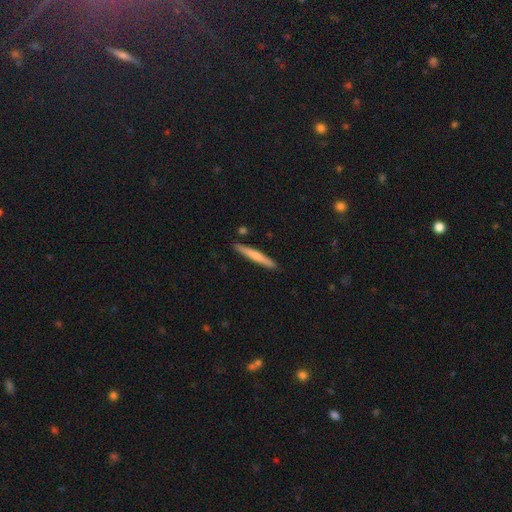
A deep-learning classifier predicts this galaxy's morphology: A smooth galaxy with no disk features (62%) that is cigar-shaped (96%). Merging: none (89%).